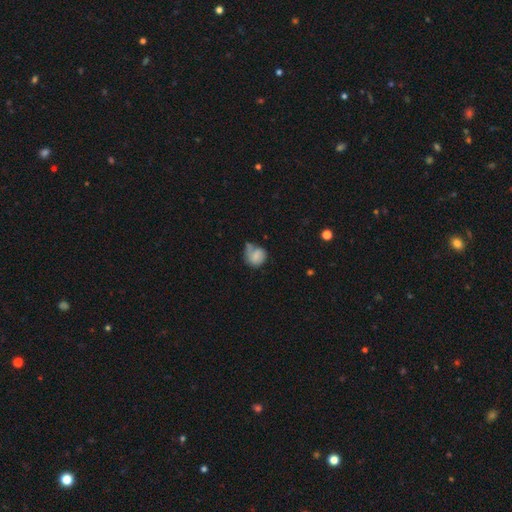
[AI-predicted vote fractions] A smooth galaxy with no disk features (74%) that is round (73%).

Vote fractions:
- Smooth or featured? smooth: 74% / featured or disk: 17% / star or artifact: 9%
- How rounded? round: 73% / in between: 26% / cigar-shaped: 1%
- Merging? none: 41% / minor disturbance: 31% / major disturbance: 15% / merger: 13%